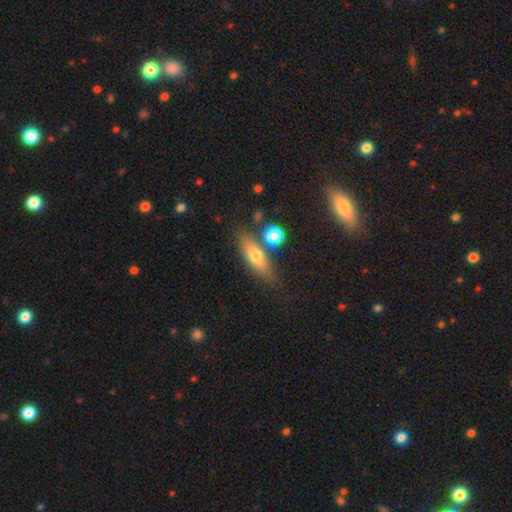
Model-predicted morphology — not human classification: type=smooth (66%); roundness=in between (55%); merging=none (69%).